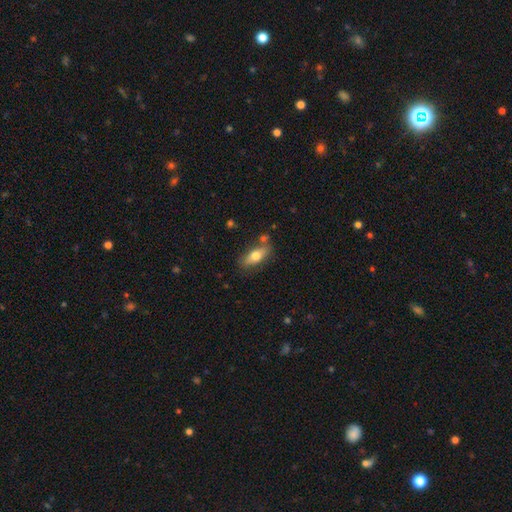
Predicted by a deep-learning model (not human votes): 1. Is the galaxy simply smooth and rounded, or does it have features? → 68% smooth, 25% featured or disk, 7% star or artifact.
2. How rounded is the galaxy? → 71% in between, 25% cigar-shaped, 4% round.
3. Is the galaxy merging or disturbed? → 73% none, 16% minor disturbance, 7% merger, 4% major disturbance.